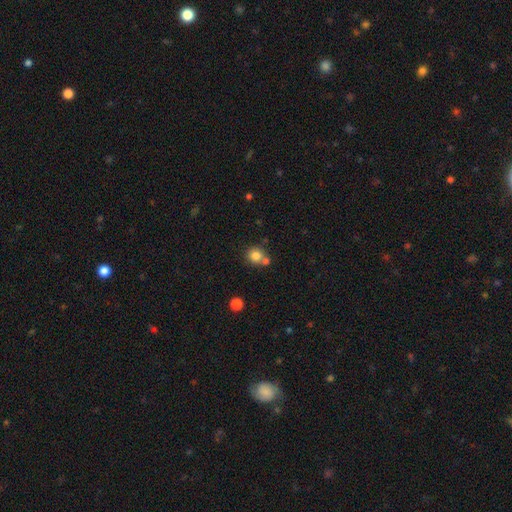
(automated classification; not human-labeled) This appears to be a smooth galaxy with no disk features (81%) that is round (87%). Merging: none (58%).